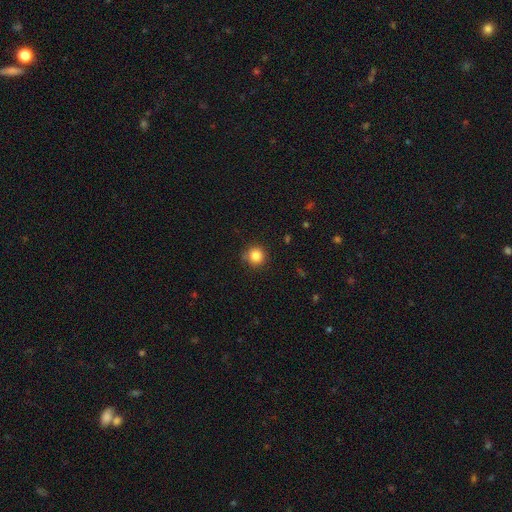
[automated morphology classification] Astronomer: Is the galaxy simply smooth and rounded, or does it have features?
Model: smooth — 85%.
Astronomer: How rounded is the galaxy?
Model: round — 94%.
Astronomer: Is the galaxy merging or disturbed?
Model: none — 84%.